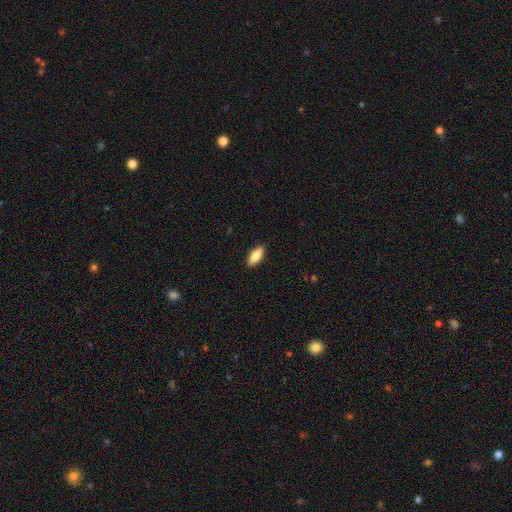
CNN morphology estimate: This appears to be a smooth galaxy with no disk features (73%) that is in between round and cigar-shaped (74%). Merging: none (89%).